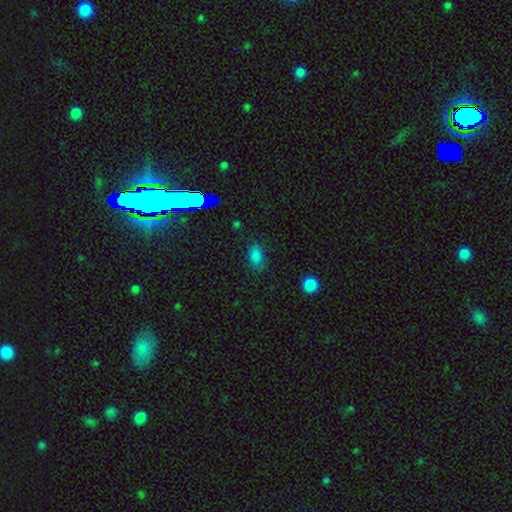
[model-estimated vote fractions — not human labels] Smooth or featured: smooth — 79% (star or artifact — 16%)
How rounded: in between — 82% (round — 16%)
Merging: none — 77% (minor disturbance — 17%)